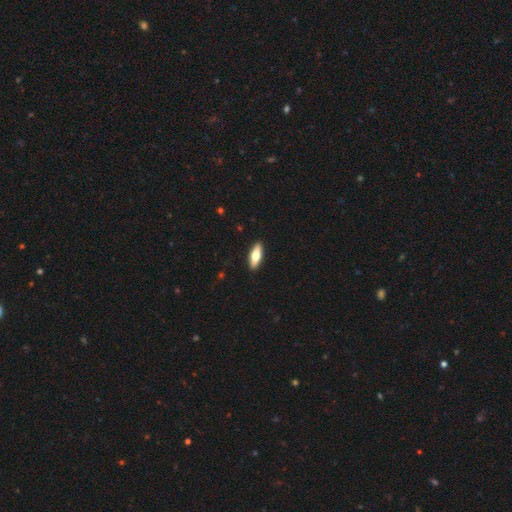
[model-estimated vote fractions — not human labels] Overall: smooth (61%; featured or disk 33%). How rounded: in between (54%; cigar-shaped 43%). Merging: none (91%).